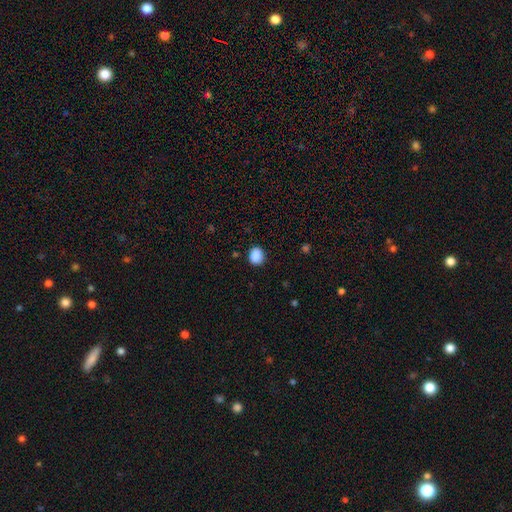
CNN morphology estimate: Smooth or featured? smooth (89%)
How rounded? round (64%)
Merging? none (86%)